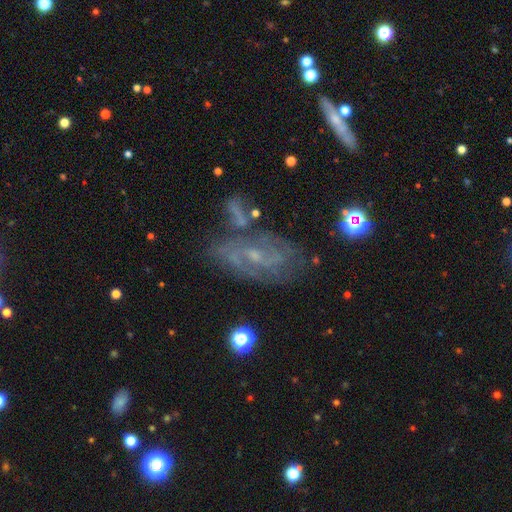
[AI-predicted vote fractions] smooth_or_featured: featured or disk (p=0.73) [alt: smooth p=0.14]
disk_edge_on: no (p=0.90) [alt: yes p=0.10]
bar: no (p=0.48) [alt: weak p=0.41]
has_spiral_arms: yes (p=0.84) [alt: no p=0.16]
spiral_winding: tight (p=0.46) [alt: medium p=0.38]
spiral_arm_count: can't tell (p=0.43) [alt: 2 p=0.33]
bulge_size: small (p=0.74) [alt: moderate p=0.19]
merging: none (p=0.61) [alt: minor disturbance p=0.18]